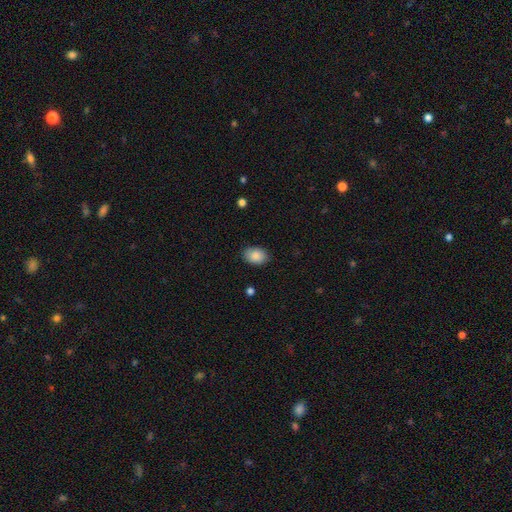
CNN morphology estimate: Smooth or featured? Predicted: smooth (p=0.88). How rounded? Predicted: in between (p=0.79). Merging? Predicted: none (p=0.87).